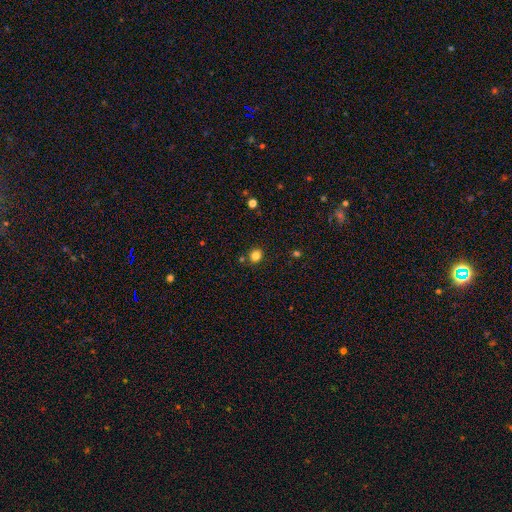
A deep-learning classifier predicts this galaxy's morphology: A smooth galaxy with no disk features (83%) that is round (75%).

Vote fractions:
- Smooth or featured? smooth: 83% / star or artifact: 13% / featured or disk: 5%
- How rounded? round: 75% / in between: 24% / cigar-shaped: 1%
- Merging? none: 85% / minor disturbance: 8% / merger: 4% / major disturbance: 2%